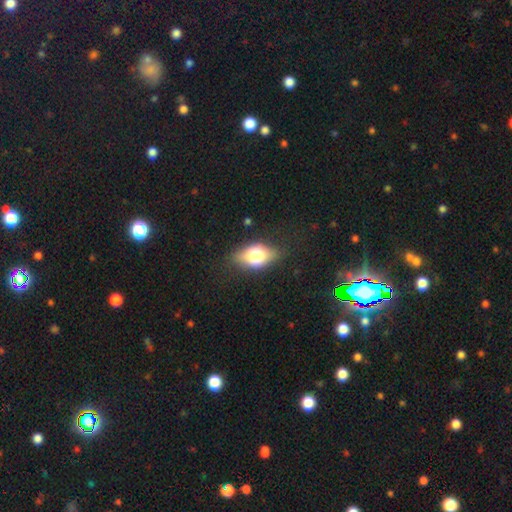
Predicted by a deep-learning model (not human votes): This appears to be a smooth galaxy with no disk features (66%) that is in between round and cigar-shaped (81%). Merging: none (74%).